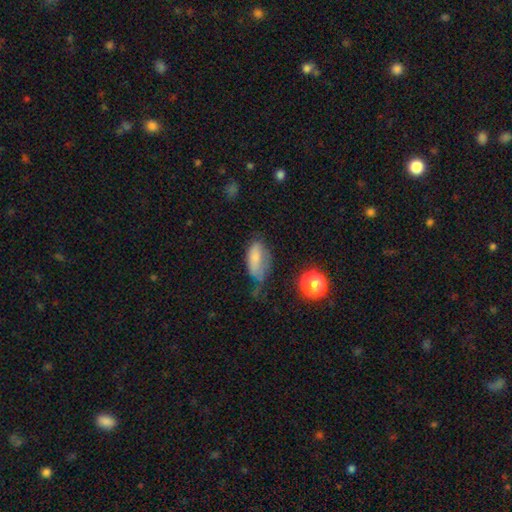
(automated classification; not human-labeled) Smooth or featured: smooth — 71% (featured or disk — 18%)
How rounded: in between — 88% (cigar-shaped — 7%)
Merging: minor disturbance — 38% (none — 31%)